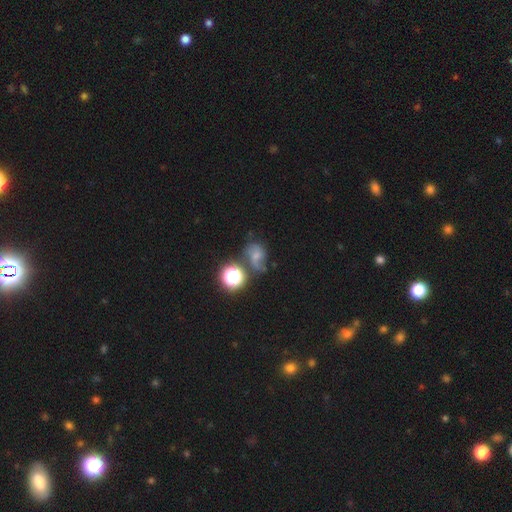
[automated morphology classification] Q: Smooth or featured?
A: smooth (40%); runner-up: featured or disk (38%)
Q: Merging?
A: none (42%); runner-up: minor disturbance (24%)